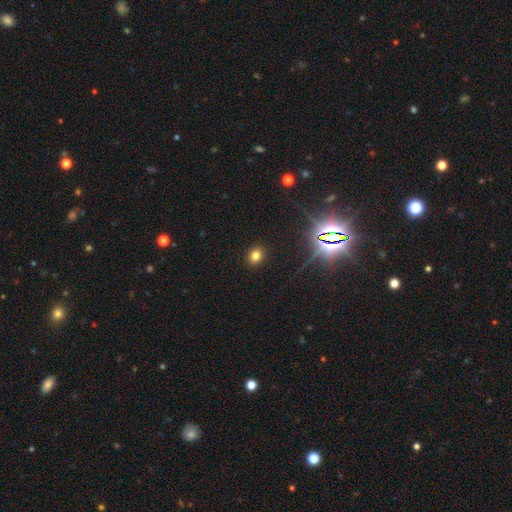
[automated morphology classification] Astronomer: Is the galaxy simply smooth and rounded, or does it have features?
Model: smooth — 76%.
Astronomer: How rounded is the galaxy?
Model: round — 57% (runner-up: in between, 42%).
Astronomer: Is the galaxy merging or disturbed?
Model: none — 90%.